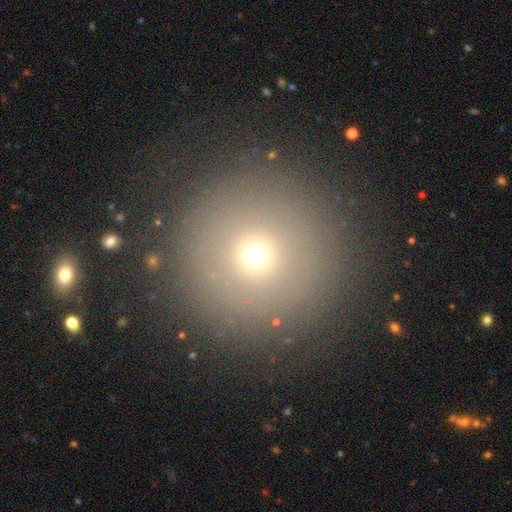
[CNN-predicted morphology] smooth_or_featured: smooth (p=0.67) [alt: star or artifact p=0.21]
how_rounded: round (p=0.97) [alt: in between p=0.02]
merging: none (p=0.89) [alt: minor disturbance p=0.06]